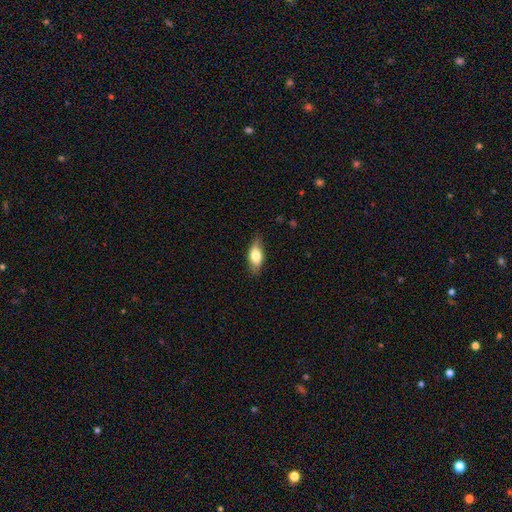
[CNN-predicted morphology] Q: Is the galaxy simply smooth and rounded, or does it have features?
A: smooth — 71%.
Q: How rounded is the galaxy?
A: in between — 81%.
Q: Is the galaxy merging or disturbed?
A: none — 80%.